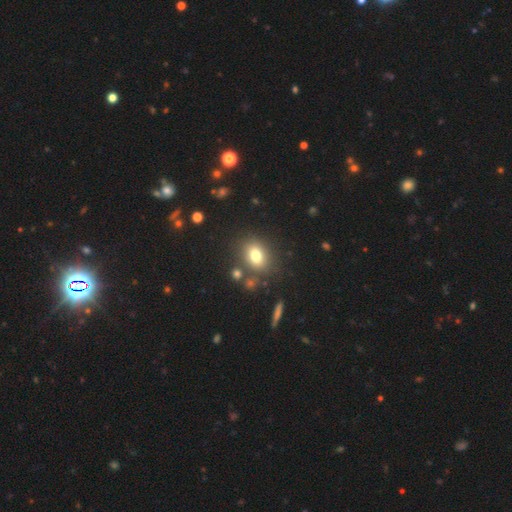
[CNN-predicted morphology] A smooth galaxy with no disk features (76%) that is in between round and cigar-shaped (61%). Merging: none (76%).